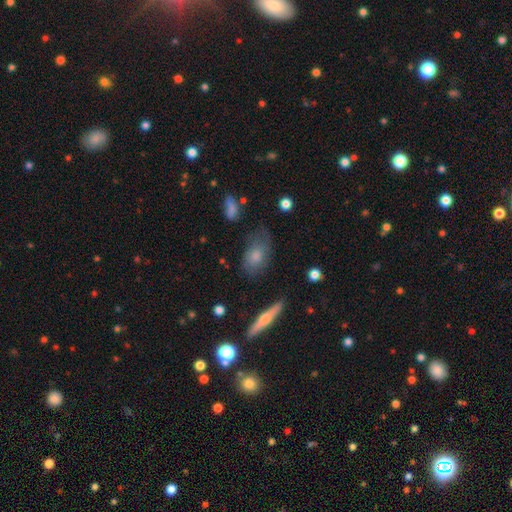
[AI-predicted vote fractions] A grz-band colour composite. It shows a smooth galaxy with no disk features (66%) that is in between round and cigar-shaped (84%). Merging: none (57%).